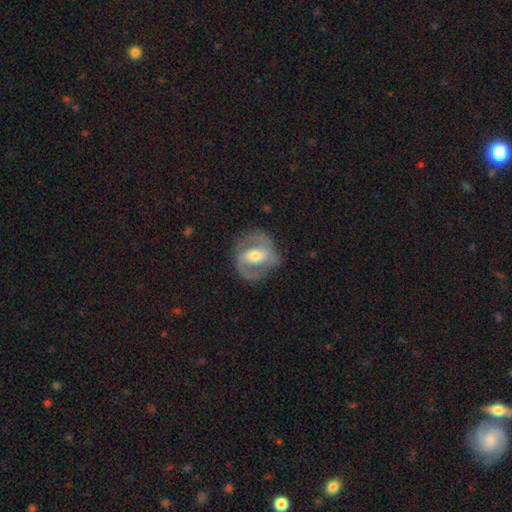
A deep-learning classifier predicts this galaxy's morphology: This appears to be a featured or disk galaxy (75%) with a weak bar (39%), 2 (83%) medium (50%) spiral arms (76%) and a moderate central bulge (64%). Merging: none (74%).